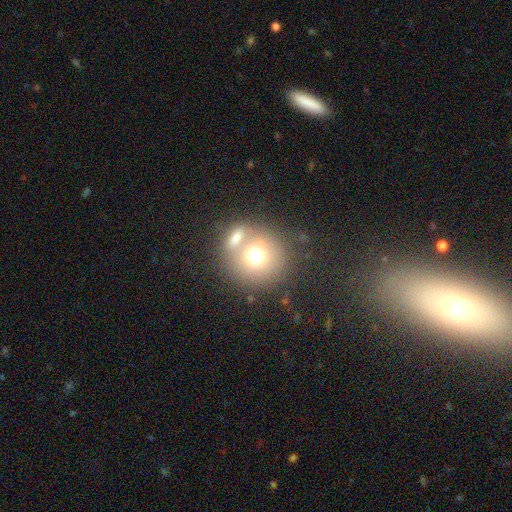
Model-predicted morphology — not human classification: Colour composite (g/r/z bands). It shows a smooth galaxy with no disk features (68%) that is round (89%). Merging: none (51%).